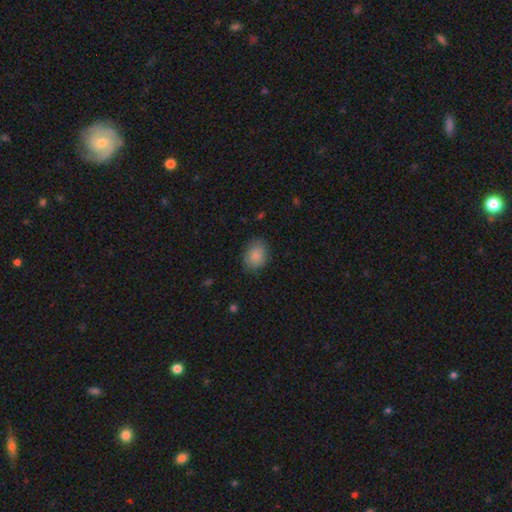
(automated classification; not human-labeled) Smooth or featured? Predicted: smooth (p=0.87). How rounded? Predicted: in between (p=0.57). Merging? Predicted: none (p=0.80).